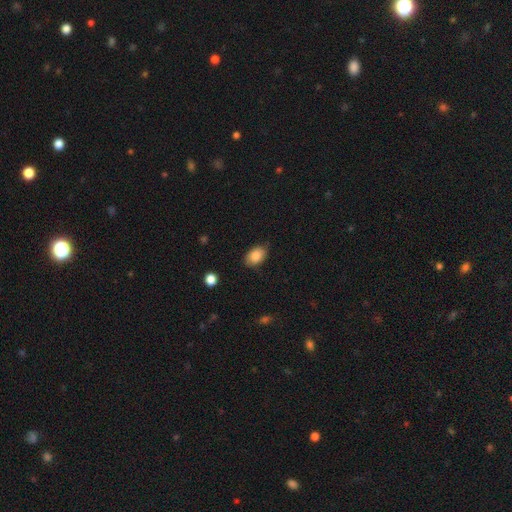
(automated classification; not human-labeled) smooth 86%, star or artifact 8%, featured or disk 6%. Down the decision tree: how rounded — in between (87%); merging — none (80%).